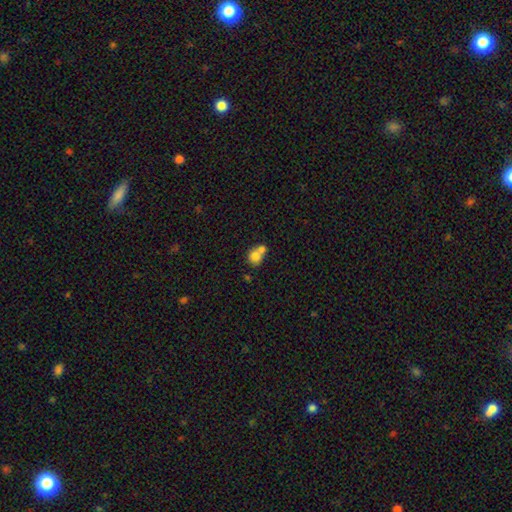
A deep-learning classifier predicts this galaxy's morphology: This is likely a smooth galaxy (76%). How rounded: likely round (74%). Merging: likely merger (63%).